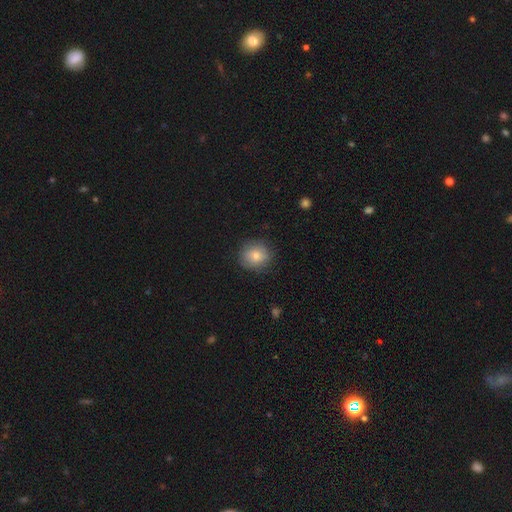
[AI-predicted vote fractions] smooth_or_featured: smooth (p=0.81) [alt: featured or disk p=0.11]
how_rounded: round (p=0.84) [alt: in between p=0.15]
merging: none (p=0.82) [alt: minor disturbance p=0.13]